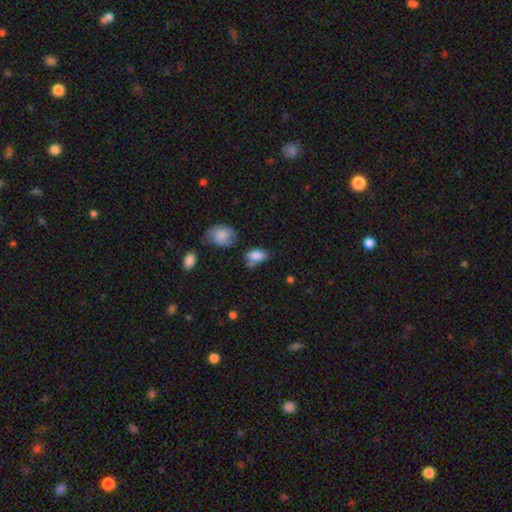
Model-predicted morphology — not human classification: This is clearly a smooth galaxy (84%). How rounded: clearly in between (89%). Merging: possibly none (49%).